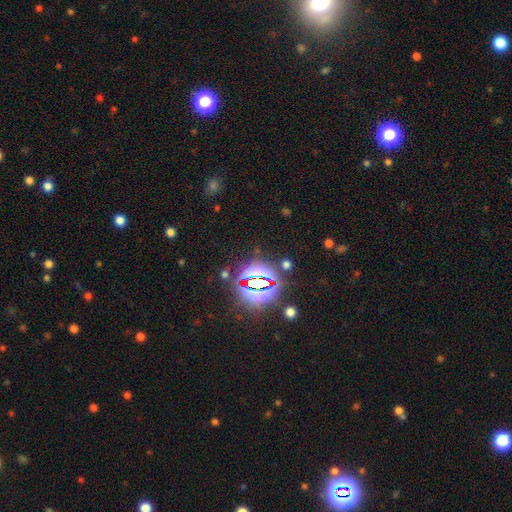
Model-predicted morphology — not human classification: This appears to be a star or artifact, not a galaxy (84%).